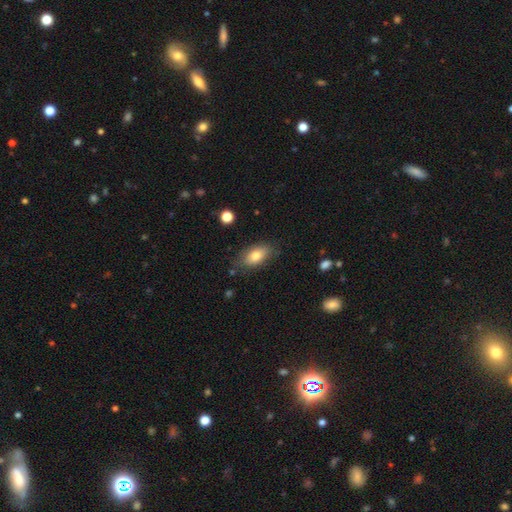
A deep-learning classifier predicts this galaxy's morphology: Smooth or featured? smooth (78%)
How rounded? in between (89%)
Merging? none (78%)